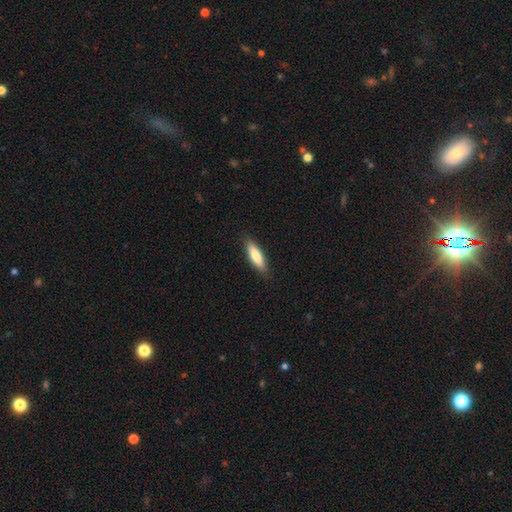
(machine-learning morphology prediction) smooth_or_featured: smooth (p=0.76) [alt: featured or disk p=0.19]
how_rounded: cigar-shaped (p=0.60) [alt: in between p=0.38]
merging: none (p=0.87) [alt: minor disturbance p=0.10]